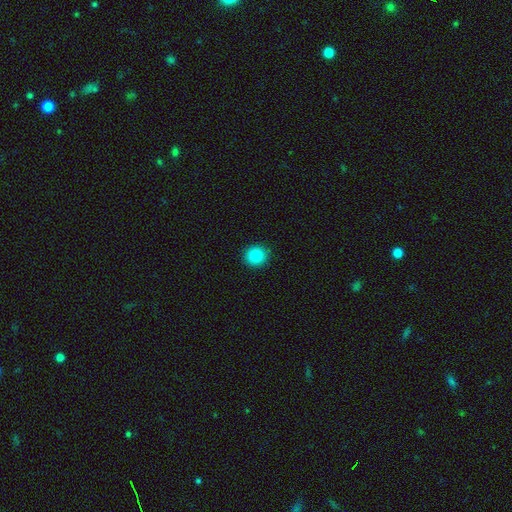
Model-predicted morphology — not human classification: type=smooth (85%); roundness=round (88%); merging=none (91%).